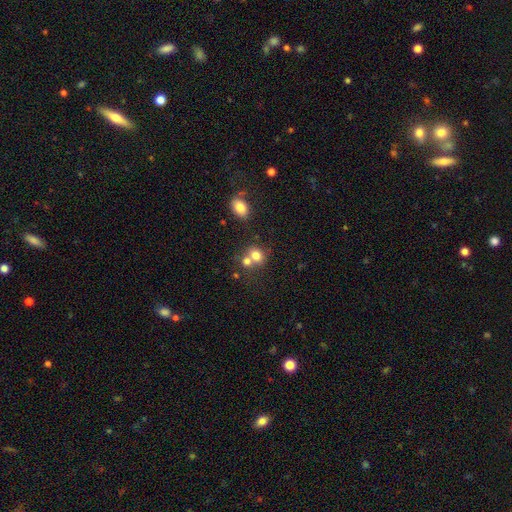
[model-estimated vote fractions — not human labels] smooth 75%, featured or disk 13%, star or artifact 12%. Down the decision tree: how rounded — round (63%); merging — merger (49%).